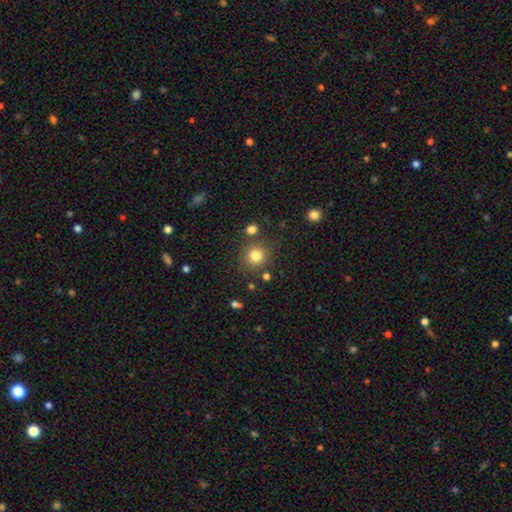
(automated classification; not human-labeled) Overall: smooth (81%). How rounded: round (91%). Merging: none (82%).